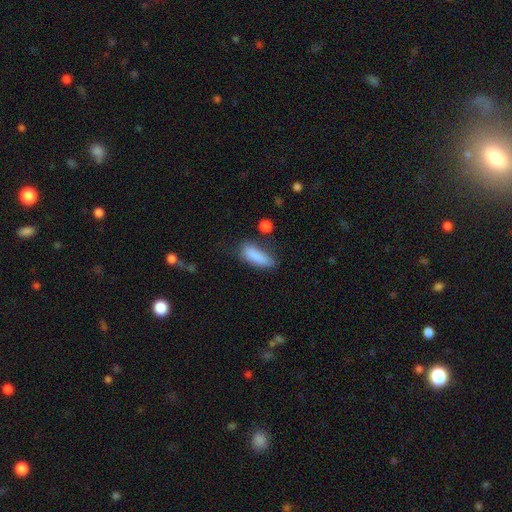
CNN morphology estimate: This appears to be a smooth galaxy with no disk features (86%) that is in between round and cigar-shaped (61%). Merging: none (58%).